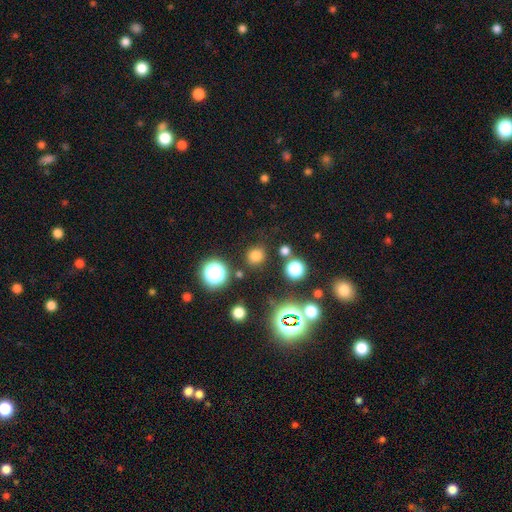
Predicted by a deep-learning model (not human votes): This appears to be a smooth galaxy with no disk features (72%) that is round (85%). Merging: none (85%).